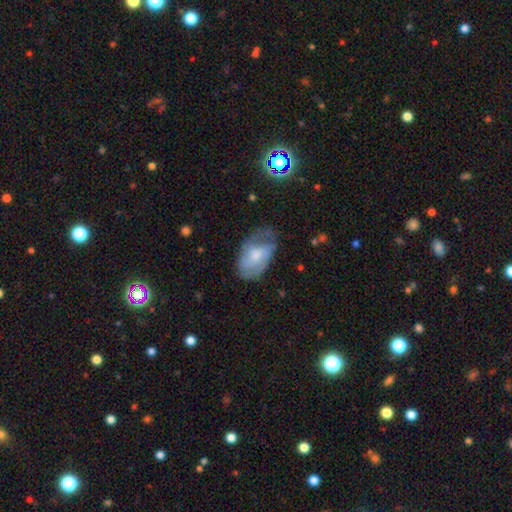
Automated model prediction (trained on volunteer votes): A featured or disk galaxy (60%) with no bar (59%), spiral arms (83%) and a moderate central bulge (46%).

Vote fractions:
- Smooth or featured? featured or disk: 60% / smooth: 34% / star or artifact: 7%
- Edge-on disk? no: 96% / yes: 4%
- Bar? no: 59% / weak: 35% / strong: 6%
- Spiral arms? yes: 83% / no: 17%
- Bulge size? moderate: 46% / small: 33% / none: 10% / large: 9% / dominant: 1%
- Merging? none: 52% / minor disturbance: 30% / major disturbance: 16% / merger: 2%